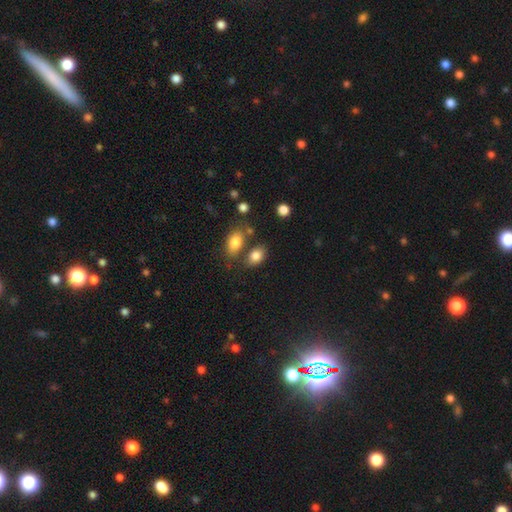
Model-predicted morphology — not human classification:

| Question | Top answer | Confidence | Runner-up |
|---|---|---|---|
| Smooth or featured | smooth | 82% | star or artifact (10%) |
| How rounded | in between | 82% | round (17%) |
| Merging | none | 61% | merger (19%) |